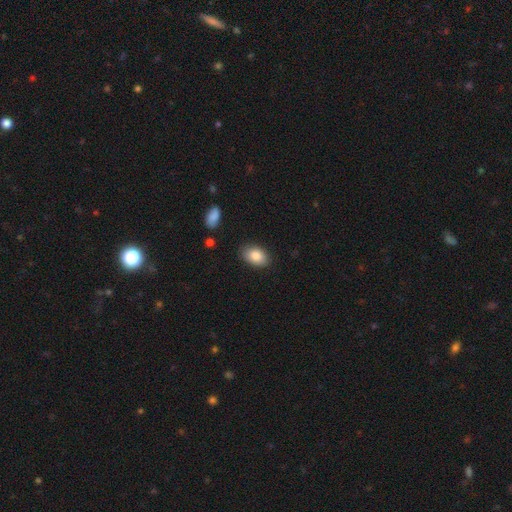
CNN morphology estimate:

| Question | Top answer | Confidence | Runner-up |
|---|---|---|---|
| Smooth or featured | smooth | 85% | featured or disk (7%) |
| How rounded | in between | 89% | round (9%) |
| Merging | none | 84% | minor disturbance (12%) |